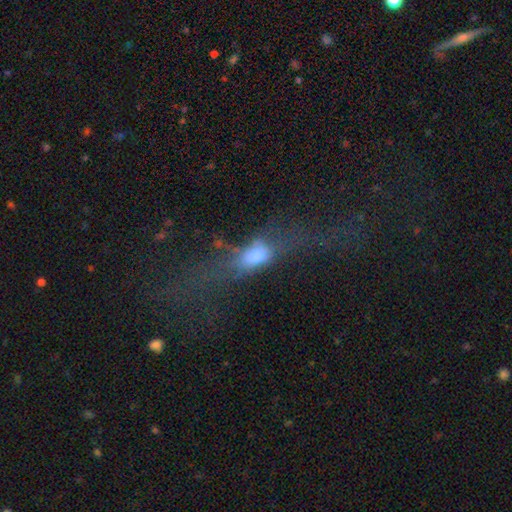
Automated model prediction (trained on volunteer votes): Smooth or featured?
  - smooth: 59% *
  - featured or disk: 26%
  - star or artifact: 14%
How rounded?
  - in between: 79% *
  - round: 10%
  - cigar-shaped: 10%
Merging?
  - major disturbance: 51% *
  - none: 22%
  - minor disturbance: 15%
  - merger: 11%